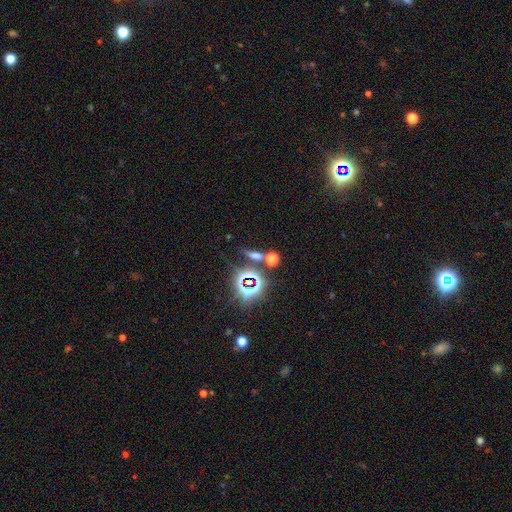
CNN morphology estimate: smooth 44%, star or artifact 41%, featured or disk 15%. Down the decision tree: merging — none (68%).